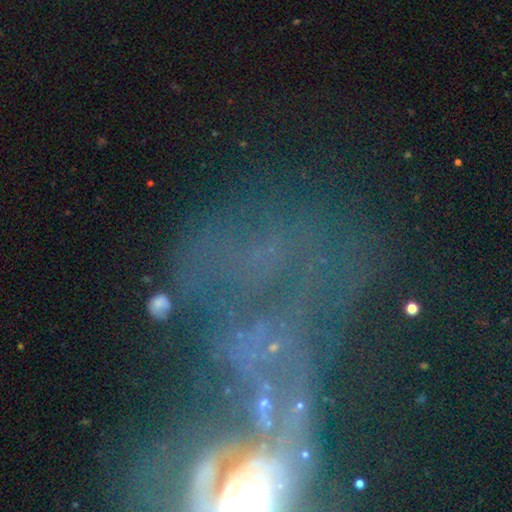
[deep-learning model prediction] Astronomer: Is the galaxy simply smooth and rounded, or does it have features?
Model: featured or disk — 53% (runner-up: star or artifact, 31%).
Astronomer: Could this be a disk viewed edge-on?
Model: no — 90%.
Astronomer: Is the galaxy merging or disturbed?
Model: major disturbance — 40% (runner-up: none, 26%).